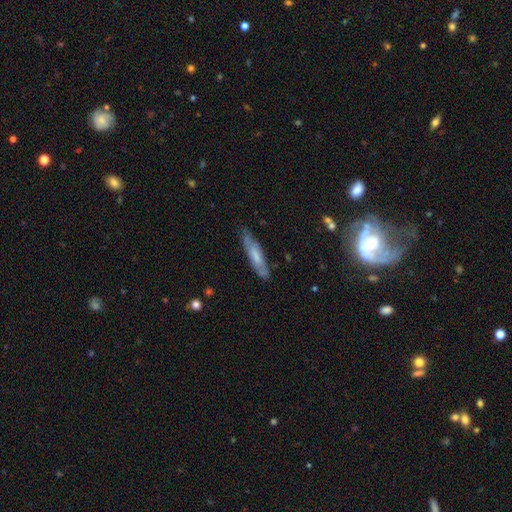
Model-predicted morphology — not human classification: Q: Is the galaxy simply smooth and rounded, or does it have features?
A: smooth — 50%.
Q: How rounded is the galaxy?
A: cigar-shaped — 77%.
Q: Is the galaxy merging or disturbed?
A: none — 73%.